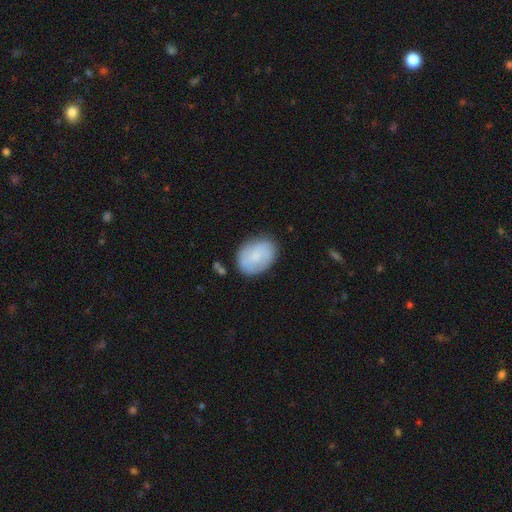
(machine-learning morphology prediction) This is likely a smooth galaxy (71%). How rounded: likely in between (75%). Merging: likely none (78%).